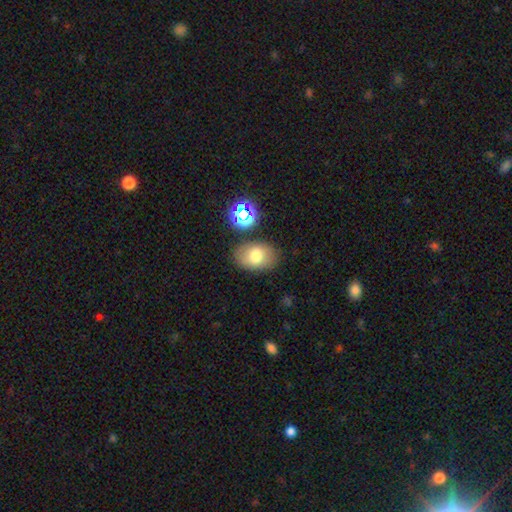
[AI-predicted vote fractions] This appears to be a smooth galaxy with no disk features (71%) that is in between round and cigar-shaped (81%). Merging: none (80%).